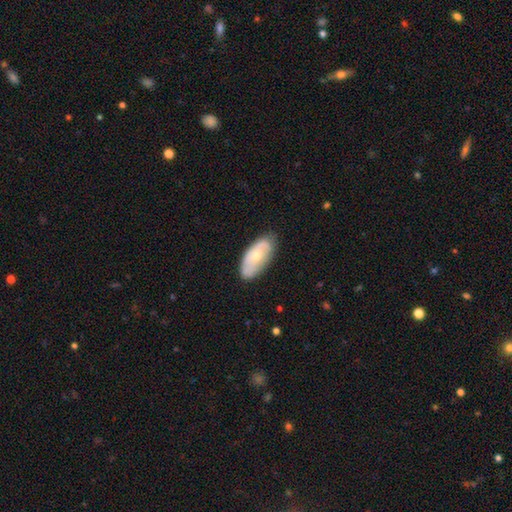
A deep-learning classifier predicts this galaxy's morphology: Overall: smooth (48%; featured or disk 46%). Merging: none (74%).